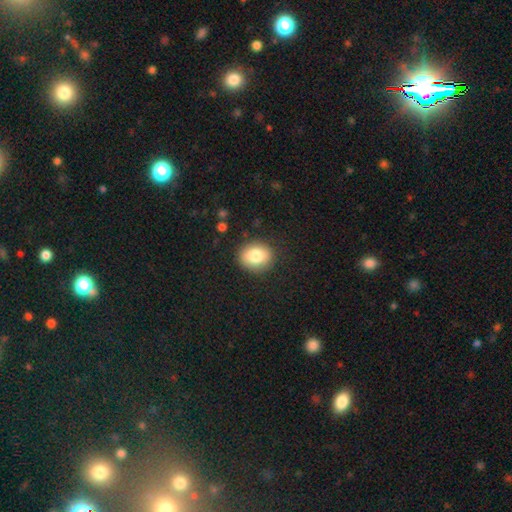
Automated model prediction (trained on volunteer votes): Smooth or featured: smooth — 82% (featured or disk — 10%)
How rounded: round — 64% (in between — 35%)
Merging: none — 88% (minor disturbance — 8%)